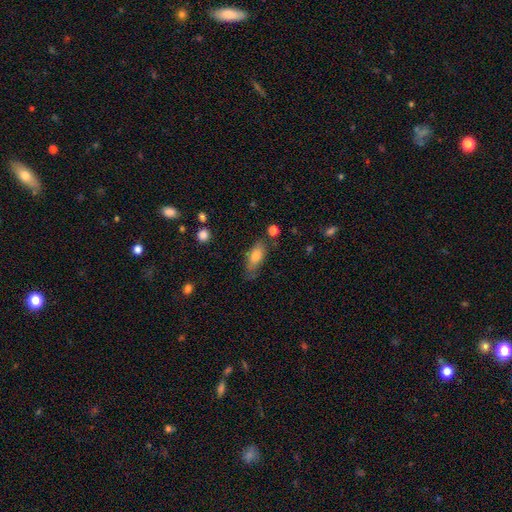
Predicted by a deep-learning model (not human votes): A smooth galaxy with no disk features (77%) that is in between round and cigar-shaped (80%). Merging: none (63%).